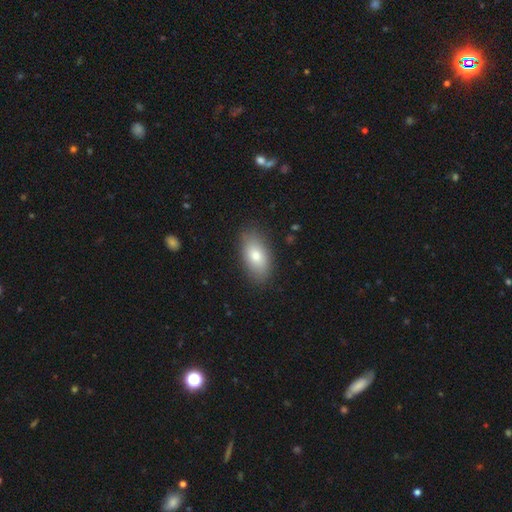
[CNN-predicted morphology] The model was most divided on "smooth or featured": smooth: 78%, featured or disk: 15%, star or artifact: 7%. More confident: how rounded — in between (91%); merging — none (86%).